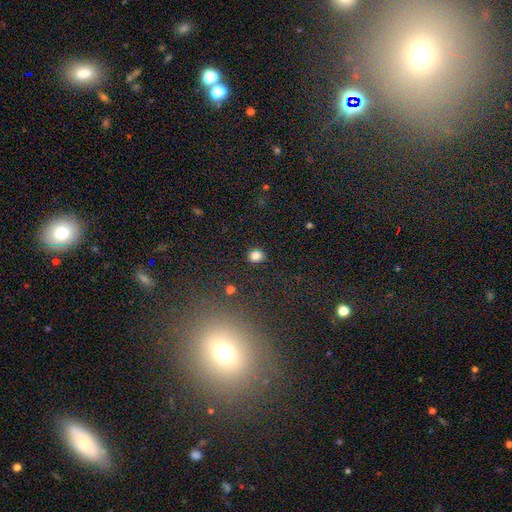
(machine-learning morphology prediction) Overall: smooth (83%). How rounded: round (72%). Merging: none (88%).